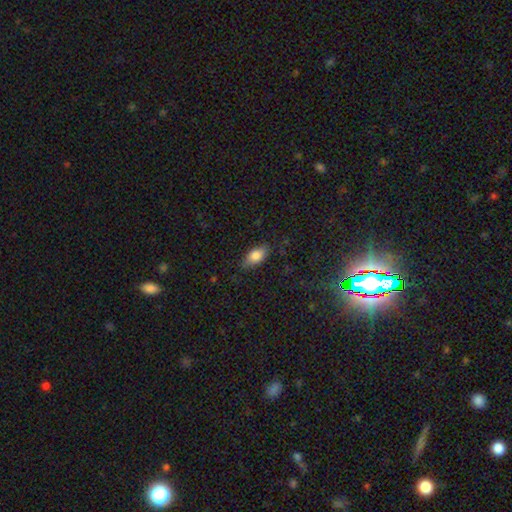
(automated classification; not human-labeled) smooth 81%, featured or disk 11%, star or artifact 7%. Down the decision tree: how rounded — in between (89%); merging — none (82%).